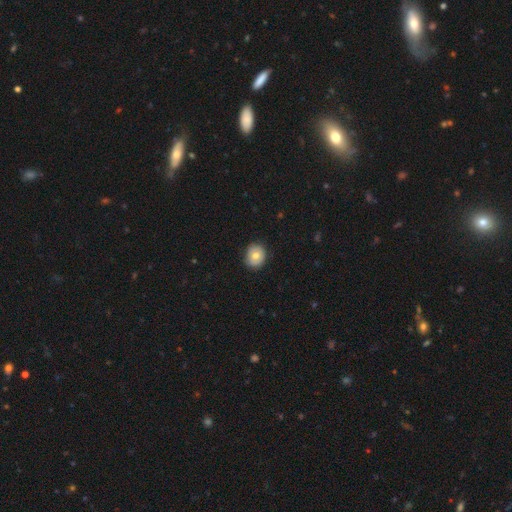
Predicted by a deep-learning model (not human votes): The model was most divided on "how rounded": round: 74%, in between: 25%, cigar-shaped: 1%. More confident: merging — none (83%); smooth or featured — smooth (73%).